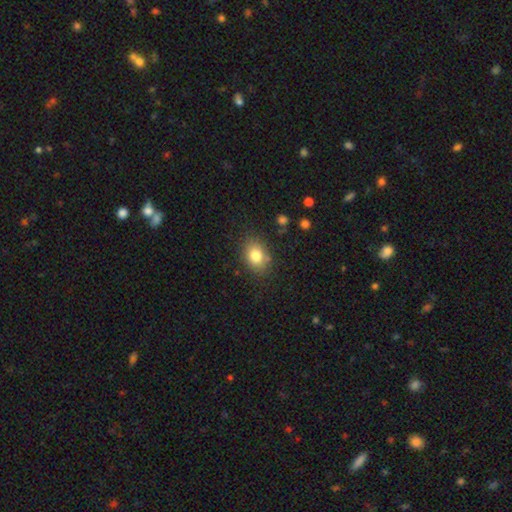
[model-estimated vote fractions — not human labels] A smooth galaxy with no disk features (80%) that is in between round and cigar-shaped (64%).

Vote fractions:
- Smooth or featured? smooth: 80% / star or artifact: 10% / featured or disk: 10%
- How rounded? in between: 64% / round: 35% / cigar-shaped: 1%
- Merging? none: 82% / minor disturbance: 12% / major disturbance: 3% / merger: 2%